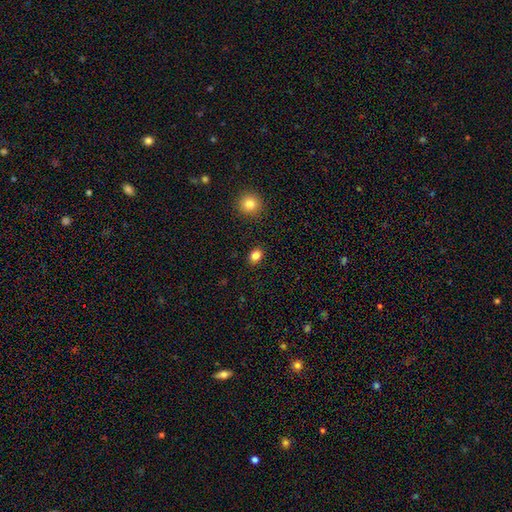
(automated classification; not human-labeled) smooth-or-featured: smooth: 83% | star or artifact: 12% | featured or disk: 5%
  how-rounded: in between: 50% (tied) | round: 50% (tied) | cigar-shaped: 1%
  merging: none: 89% | minor disturbance: 7% | major disturbance: 2% | merger: 1%